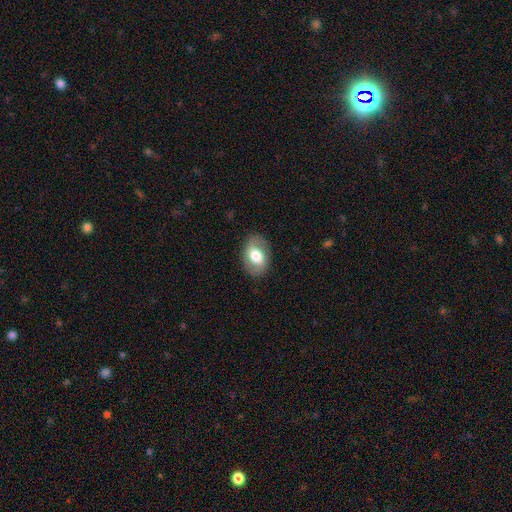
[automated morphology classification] Smooth or featured?
  - smooth: 61% *
  - featured or disk: 32%
  - star or artifact: 7%
How rounded?
  - in between: 82% *
  - round: 17%
  - cigar-shaped: 1%
Merging?
  - none: 84% *
  - minor disturbance: 11%
  - major disturbance: 4%
  - merger: 1%